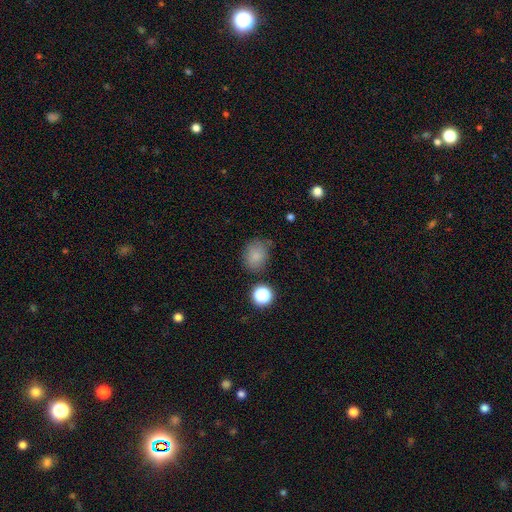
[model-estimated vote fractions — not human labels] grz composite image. It shows a smooth galaxy with no disk features (79%) that is round (55%). Merging: none (72%).